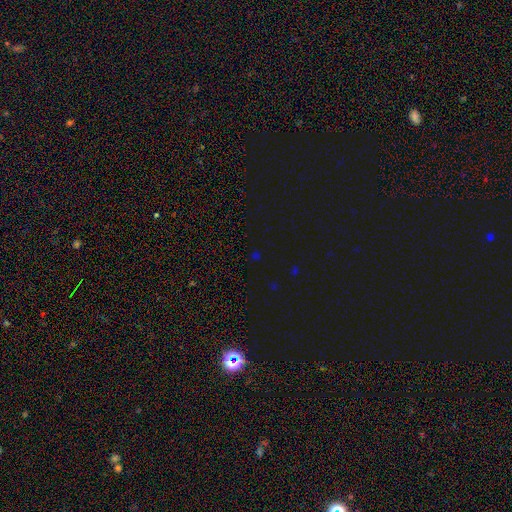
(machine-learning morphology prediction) Smooth or featured? star or artifact (67%)